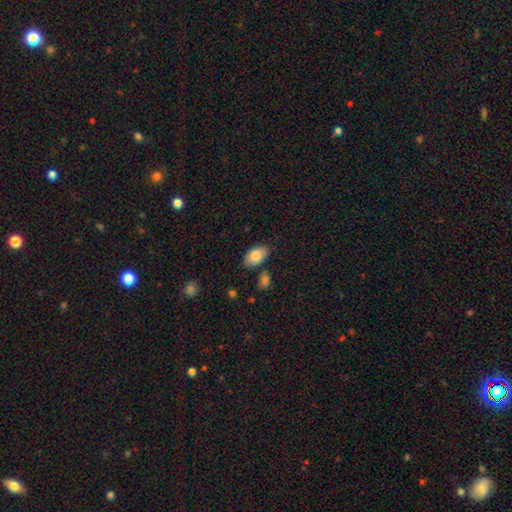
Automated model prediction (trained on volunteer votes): Smooth or featured? smooth (83%)
How rounded? in between (93%)
Merging? none (77%)